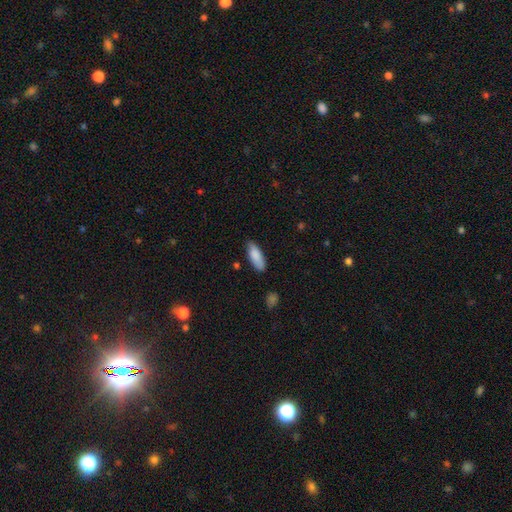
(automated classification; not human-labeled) Smooth or featured: smooth — 87% (featured or disk — 7%)
How rounded: in between — 70% (cigar-shaped — 29%)
Merging: none — 80% (minor disturbance — 15%)